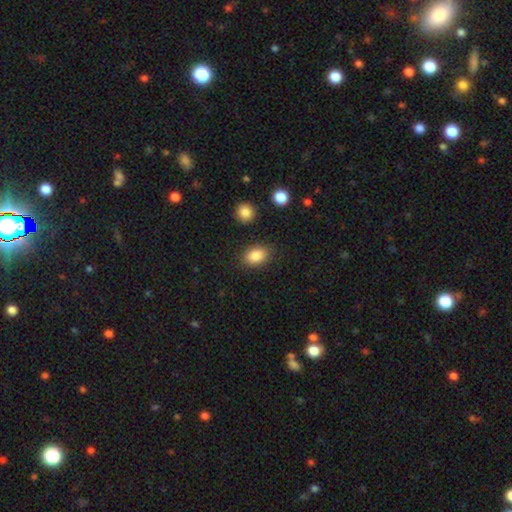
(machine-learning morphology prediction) smooth 86%, star or artifact 8%, featured or disk 6%. Down the decision tree: how rounded — in between (79%); merging — none (85%).